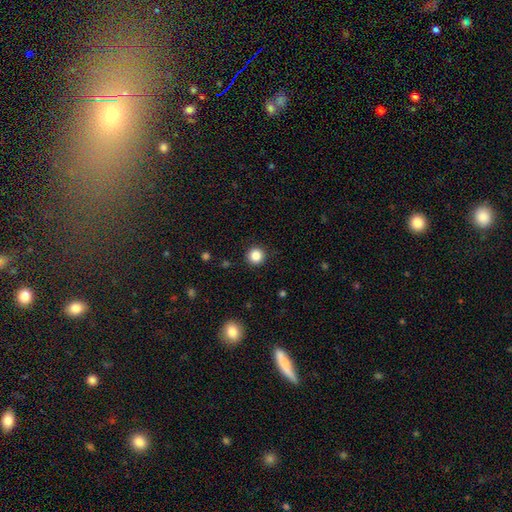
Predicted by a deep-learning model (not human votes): Smooth or featured? Predicted: smooth (p=0.85). How rounded? Predicted: round (p=0.95). Merging? Predicted: none (p=0.92).